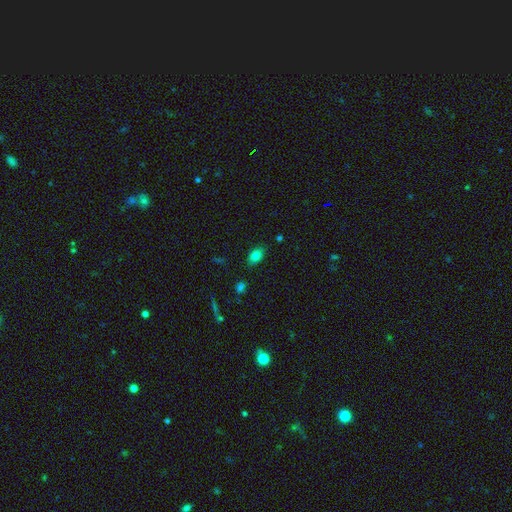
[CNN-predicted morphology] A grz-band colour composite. It shows a smooth galaxy with no disk features (80%) that is in between round and cigar-shaped (87%). Merging: none (84%).